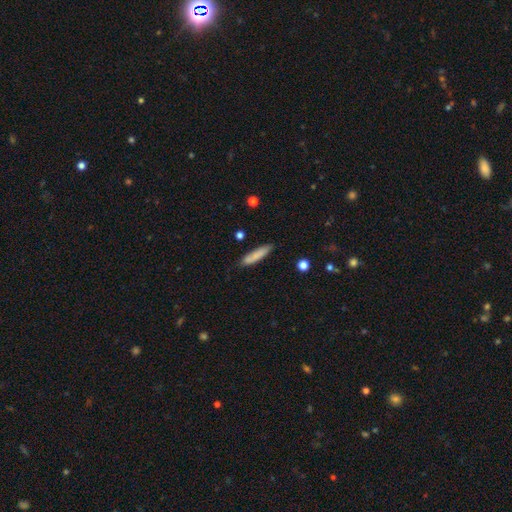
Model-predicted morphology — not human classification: This appears to be a smooth galaxy with no disk features (80%) that is cigar-shaped (82%). Merging: none (81%).